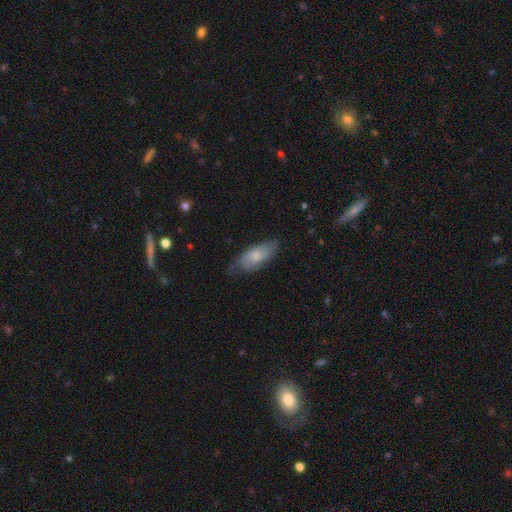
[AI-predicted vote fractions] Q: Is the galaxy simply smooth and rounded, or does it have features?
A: smooth — 64%.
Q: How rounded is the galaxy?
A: in between — 79%.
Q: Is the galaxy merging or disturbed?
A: none — 67%.